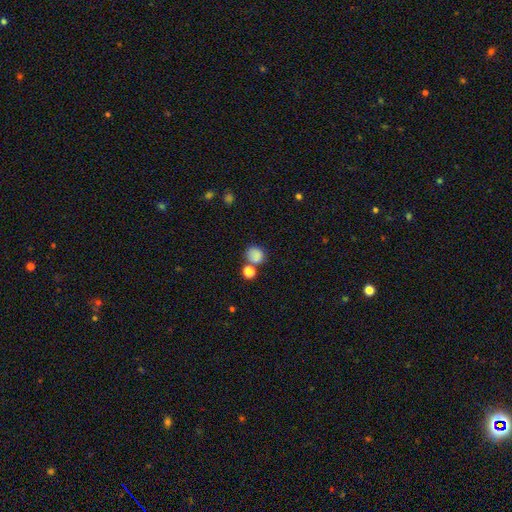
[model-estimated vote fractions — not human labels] smooth 82%, star or artifact 11%, featured or disk 6%. Down the decision tree: how rounded — round (78%); merging — none (58%).